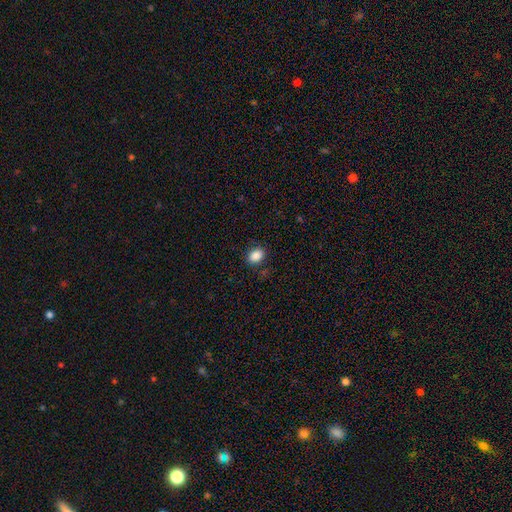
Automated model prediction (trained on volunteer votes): Overall: smooth (88%). How rounded: in between (73%). Merging: none (86%).